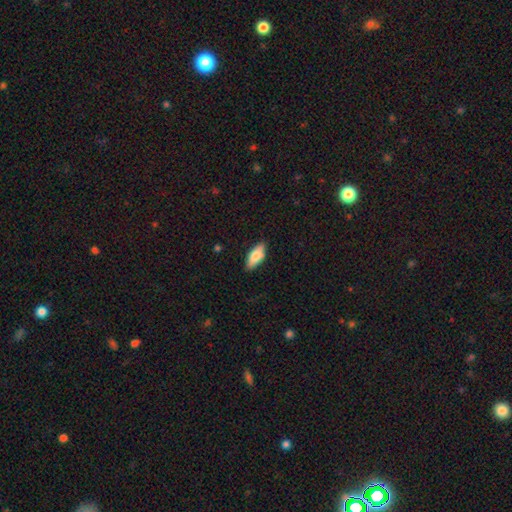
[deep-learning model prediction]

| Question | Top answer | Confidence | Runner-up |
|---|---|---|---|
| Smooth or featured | smooth | 77% | featured or disk (17%) |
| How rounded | in between | 80% | cigar-shaped (18%) |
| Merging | none | 85% | minor disturbance (11%) |